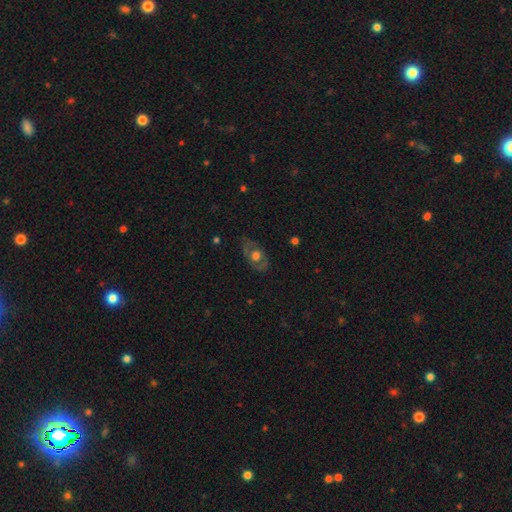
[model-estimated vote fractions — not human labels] Q: Smooth or featured?
A: featured or disk (53%); runner-up: smooth (39%)
Q: Edge-on disk?
A: no (88%); runner-up: yes (12%)
Q: Merging?
A: none (72%); runner-up: minor disturbance (19%)